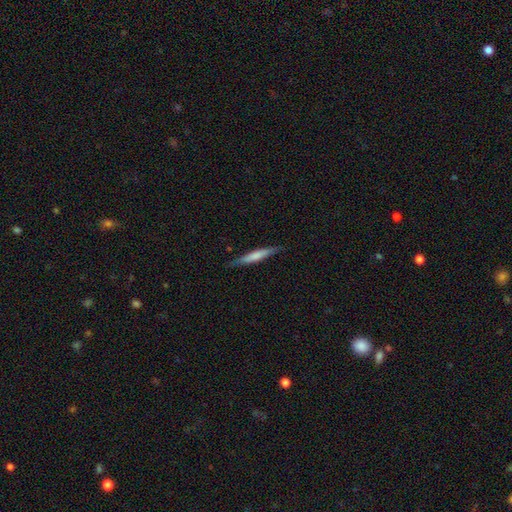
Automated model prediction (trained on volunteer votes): Q: Smooth or featured?
A: smooth (57%); runner-up: featured or disk (37%)
Q: How rounded?
A: cigar-shaped (93%); runner-up: in between (6%)
Q: Merging?
A: none (85%); runner-up: minor disturbance (12%)